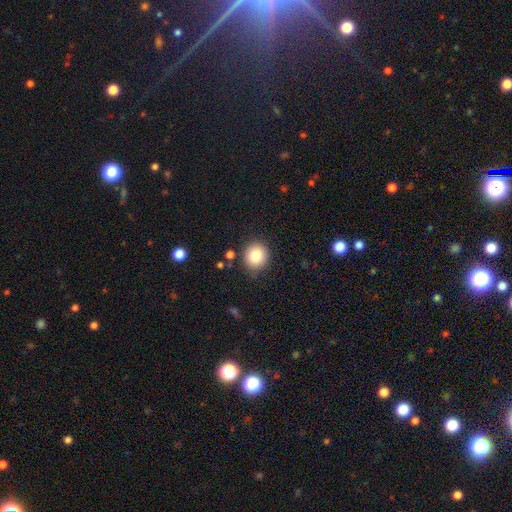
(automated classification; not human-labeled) Smooth or featured? smooth (81%)
How rounded? round (84%)
Merging? none (86%)